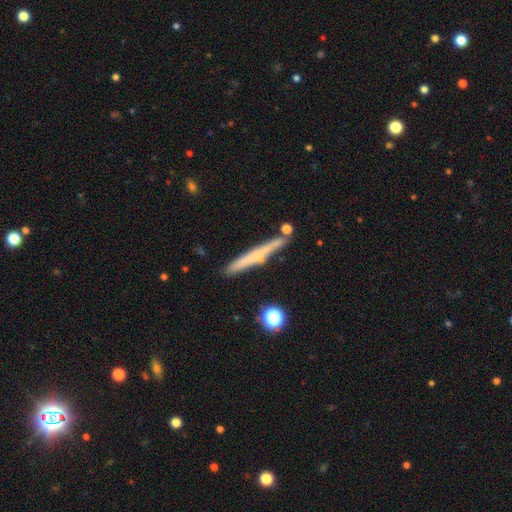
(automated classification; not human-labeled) This is possibly a featured or disk galaxy (47%). Merging: likely none (80%).